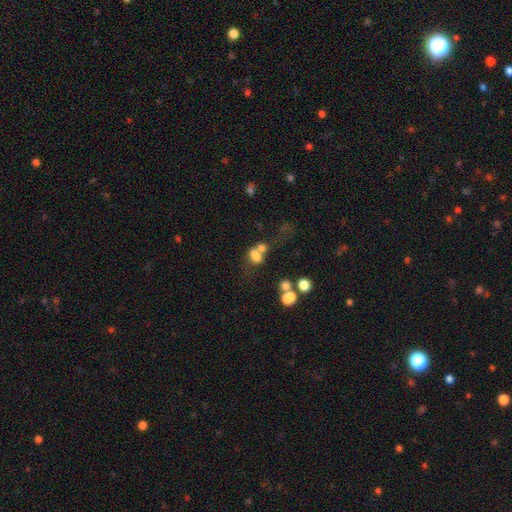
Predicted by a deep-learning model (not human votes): Smooth or featured? smooth (69%)
How rounded? in between (65%)
Merging? merger (50%)